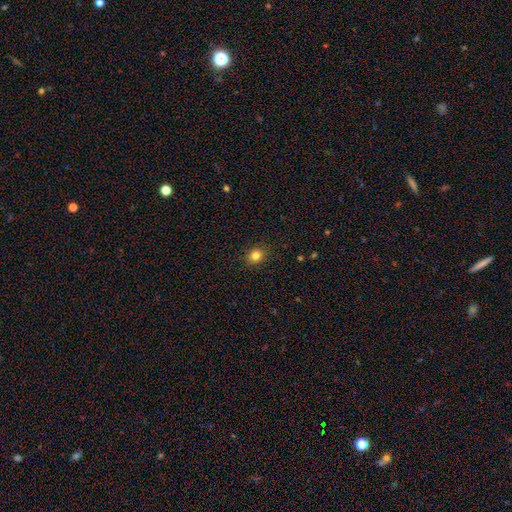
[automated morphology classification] Smooth or featured?
  - smooth: 82% *
  - star or artifact: 12%
  - featured or disk: 6%
How rounded?
  - round: 70% *
  - in between: 29%
  - cigar-shaped: 1%
Merging?
  - none: 90% *
  - minor disturbance: 7%
  - major disturbance: 2%
  - merger: 1%